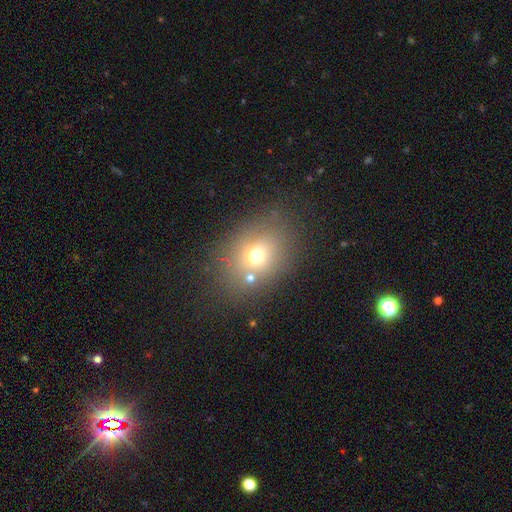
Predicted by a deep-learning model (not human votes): A smooth galaxy with no disk features (66%) that is in between round and cigar-shaped (52%). Merging: none (73%).